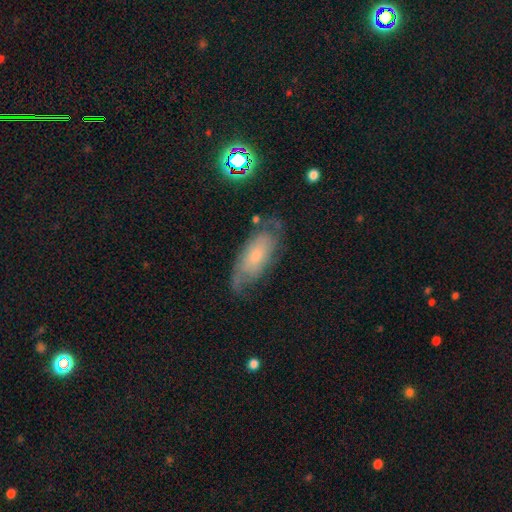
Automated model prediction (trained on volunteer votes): The model was most divided on "bulge size": small: 49%, moderate: 36%, none: 7%, large: 6%, dominant: 2%. More confident: edge-on disk — no (87%); spiral arms — yes (83%); bar — no (73%); merging — none (62%); smooth or featured — featured or disk (58%).